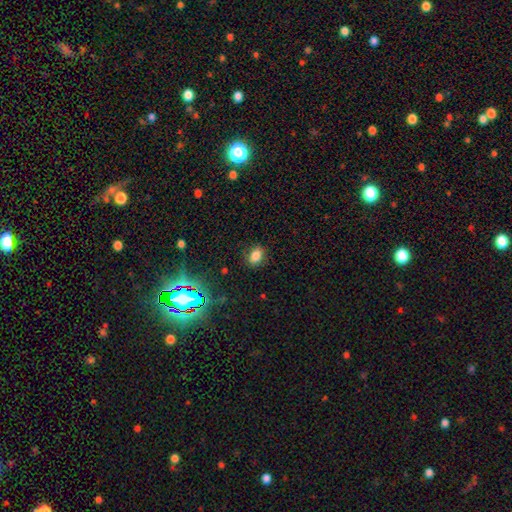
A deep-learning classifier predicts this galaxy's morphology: smooth_or_featured: smooth (p=0.79) [alt: star or artifact p=0.15]
how_rounded: in between (p=0.74) [alt: round p=0.24]
merging: none (p=0.84) [alt: minor disturbance p=0.12]